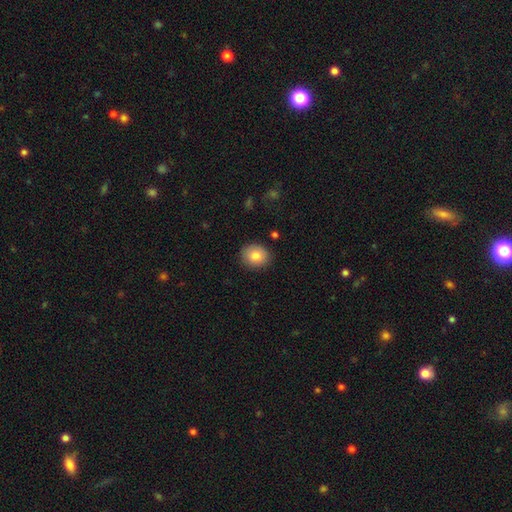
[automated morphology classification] The model was most divided on "how rounded": round: 71%, in between: 28%, cigar-shaped: 1%. More confident: merging — none (88%); smooth or featured — smooth (82%).